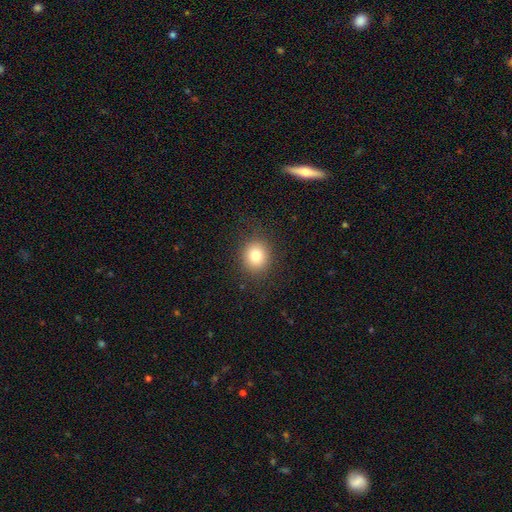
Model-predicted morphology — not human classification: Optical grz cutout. It shows a smooth galaxy with no disk features (80%) that is round (82%). Merging: none (87%).